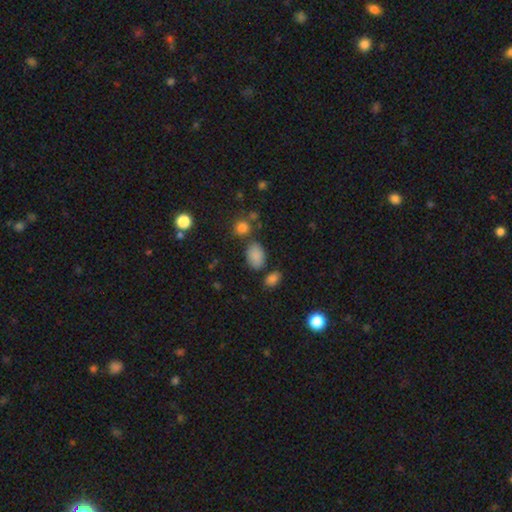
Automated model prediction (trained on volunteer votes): smooth 84%, star or artifact 11%, featured or disk 6%. Down the decision tree: how rounded — in between (86%); merging — none (71%).